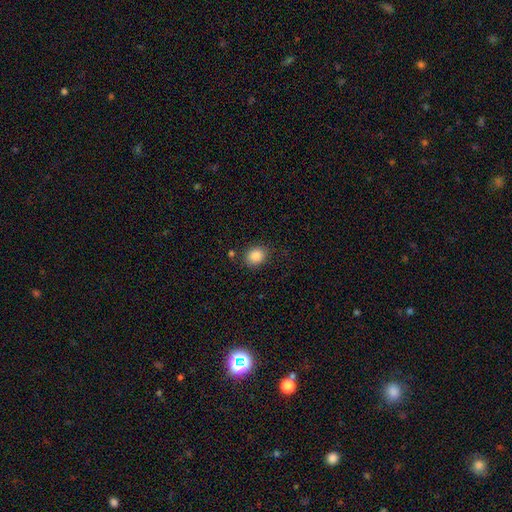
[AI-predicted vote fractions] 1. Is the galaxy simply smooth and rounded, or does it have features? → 86% smooth, 9% star or artifact, 5% featured or disk.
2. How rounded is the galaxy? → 55% round, 44% in between, 1% cigar-shaped.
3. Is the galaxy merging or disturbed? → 82% none, 12% minor disturbance, 3% major disturbance, 3% merger.